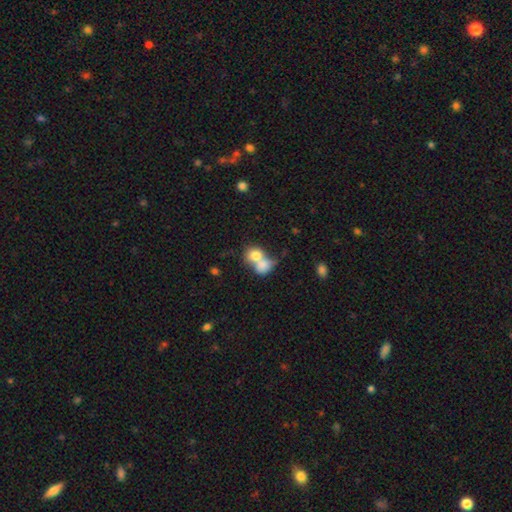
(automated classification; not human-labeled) smooth_or_featured: smooth (p=0.78) [alt: featured or disk p=0.14]
how_rounded: round (p=0.57) [alt: in between p=0.42]
merging: merger (p=0.69) [alt: none p=0.20]